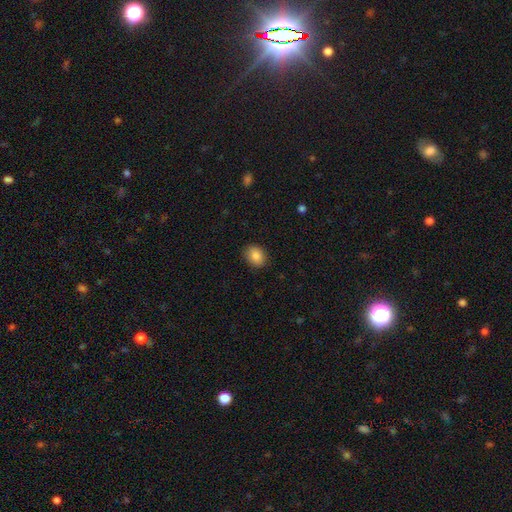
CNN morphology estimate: Smooth or featured?
  - smooth: 87% *
  - star or artifact: 8%
  - featured or disk: 5%
How rounded?
  - in between: 58% *
  - round: 41%
  - cigar-shaped: 1%
Merging?
  - none: 88% *
  - minor disturbance: 9%
  - major disturbance: 2%
  - merger: 1%